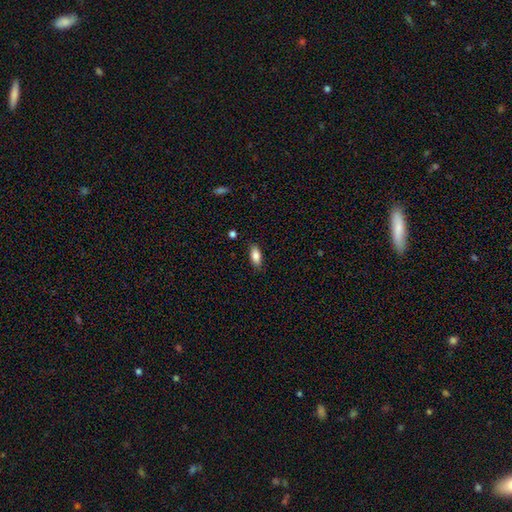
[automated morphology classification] Overall: smooth (83%). How rounded: in between (83%). Merging: none (85%).